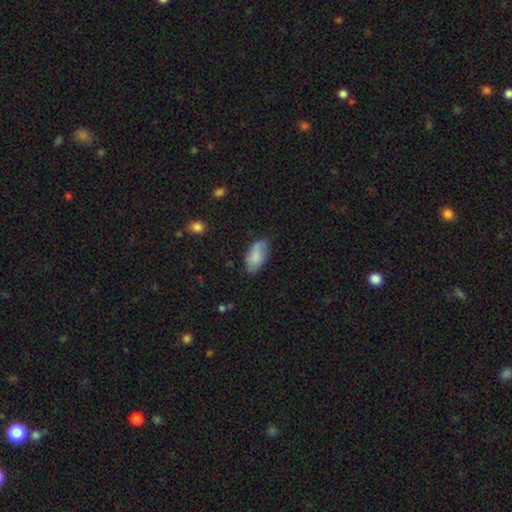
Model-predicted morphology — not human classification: This appears to be a smooth galaxy with no disk features (83%) that is in between round and cigar-shaped (93%). Merging: none (71%).